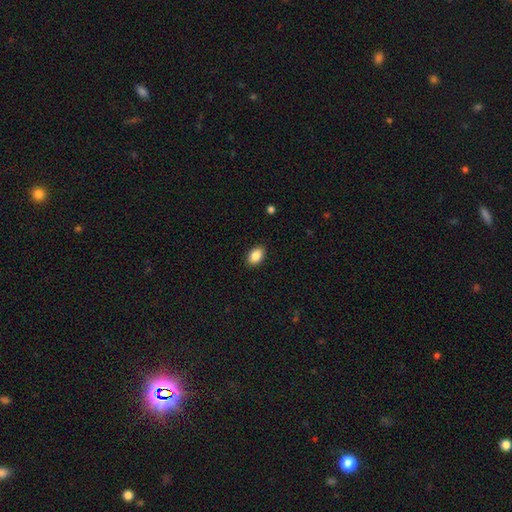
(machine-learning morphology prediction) Smooth or featured: smooth — 87% (star or artifact — 8%)
How rounded: in between — 87% (round — 11%)
Merging: none — 89% (minor disturbance — 8%)